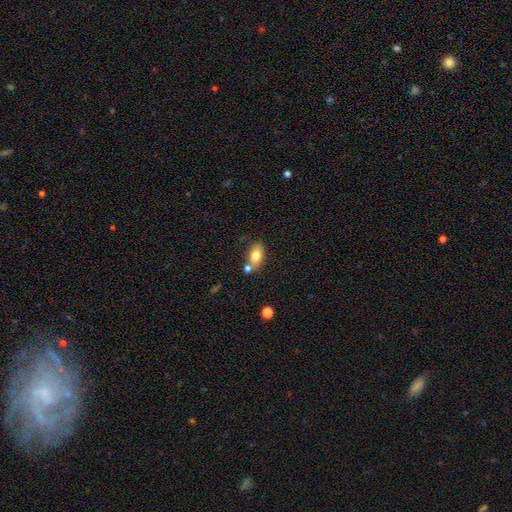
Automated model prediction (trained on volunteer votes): Smooth or featured? smooth (78%)
How rounded? in between (88%)
Merging? none (64%)